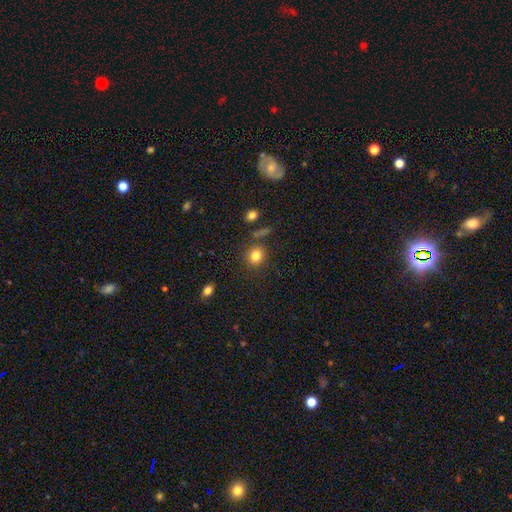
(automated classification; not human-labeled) smooth_or_featured: smooth (p=0.81) [alt: star or artifact p=0.12]
how_rounded: round (p=0.81) [alt: in between p=0.18]
merging: none (p=0.81) [alt: minor disturbance p=0.10]